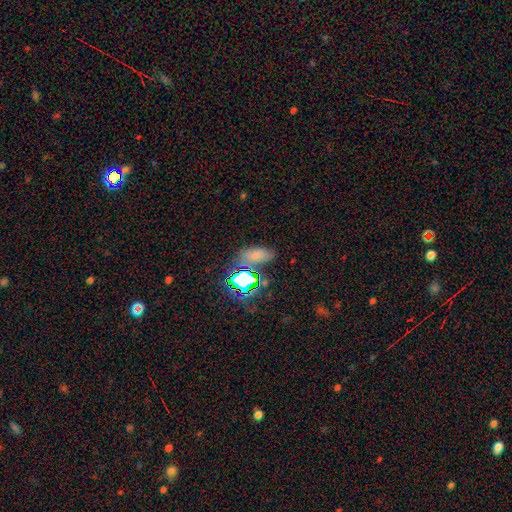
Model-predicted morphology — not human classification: This is possibly a smooth galaxy (59%). How rounded: clearly in between (84%). Merging: likely none (64%).